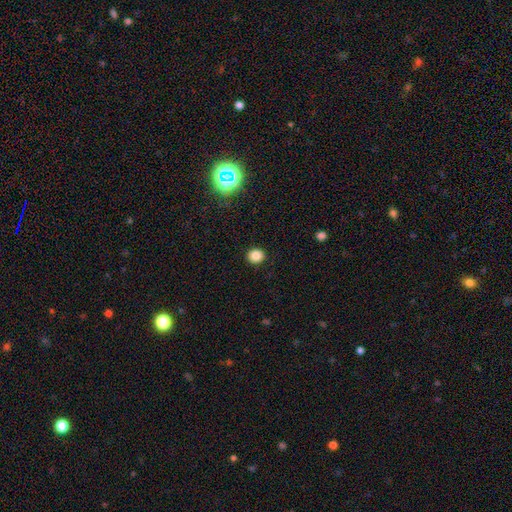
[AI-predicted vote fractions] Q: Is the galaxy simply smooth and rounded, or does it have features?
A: smooth — 84%.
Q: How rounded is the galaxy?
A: round — 85%.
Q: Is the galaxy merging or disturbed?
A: none — 91%.